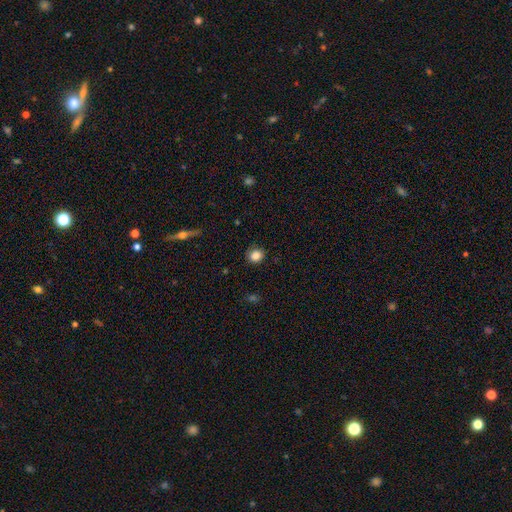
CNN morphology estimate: Smooth or featured?
  - smooth: 85% *
  - star or artifact: 10%
  - featured or disk: 5%
How rounded?
  - round: 79% *
  - in between: 20%
  - cigar-shaped: 1%
Merging?
  - none: 86% *
  - minor disturbance: 11%
  - major disturbance: 3%
  - merger: 1%